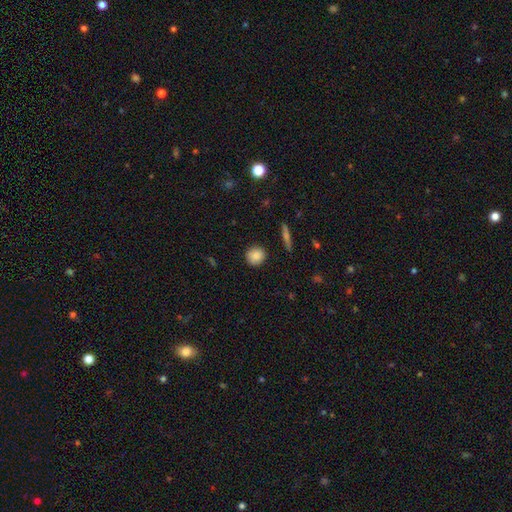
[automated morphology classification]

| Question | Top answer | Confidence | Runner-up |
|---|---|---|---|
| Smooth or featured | smooth | 86% | star or artifact (8%) |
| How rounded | round | 90% | in between (8%) |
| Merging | none | 90% | minor disturbance (7%) |